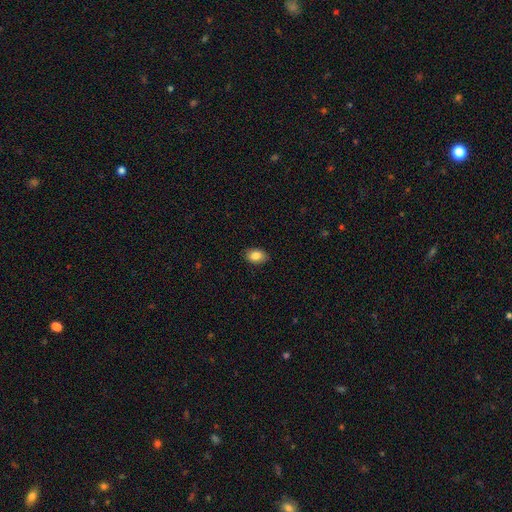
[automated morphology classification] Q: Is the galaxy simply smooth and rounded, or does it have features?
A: smooth — 86%.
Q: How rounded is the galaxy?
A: in between — 84%.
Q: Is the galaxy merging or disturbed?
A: none — 86%.